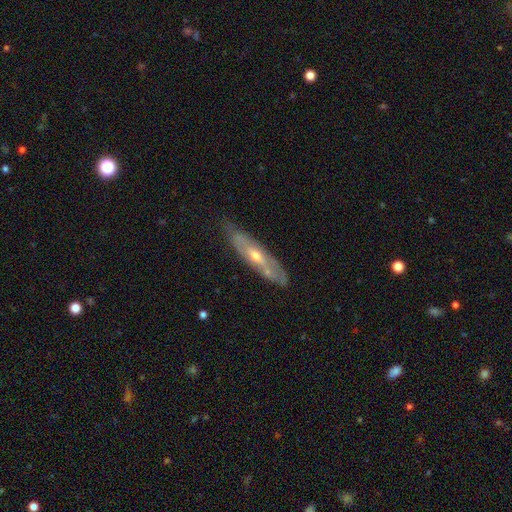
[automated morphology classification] featured or disk 66%, smooth 29%, star or artifact 6%. Down the decision tree: edge-on disk — no (53%); merging — none (70%).